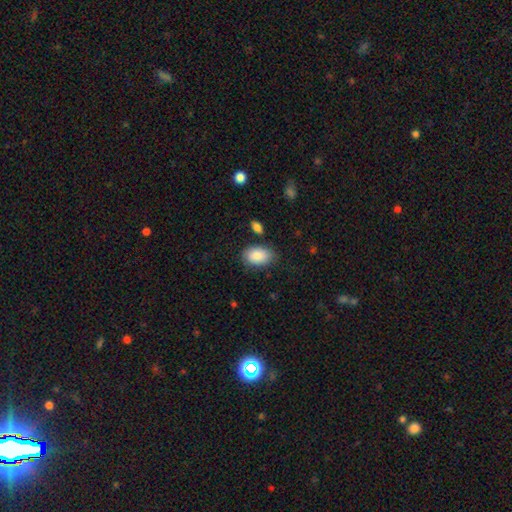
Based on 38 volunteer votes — Volunteers were most divided on "merging": none: 78%, major disturbance: 11%, minor disturbance: 8%, merger: 3%. More confident: smooth or featured — smooth (89%); how rounded — in between (85%).